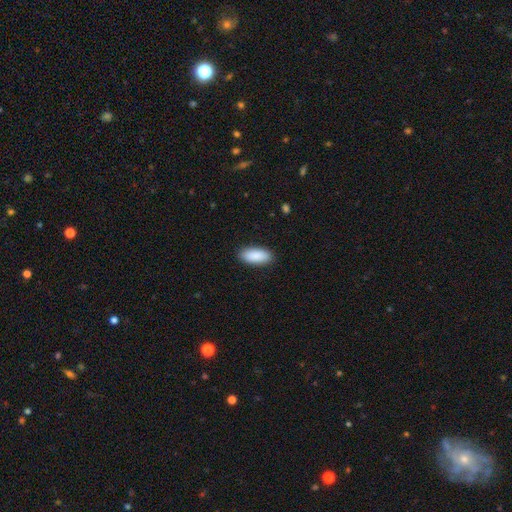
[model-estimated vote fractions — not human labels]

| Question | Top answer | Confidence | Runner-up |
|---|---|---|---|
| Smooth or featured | smooth | 90% | star or artifact (6%) |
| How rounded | in between | 87% | cigar-shaped (11%) |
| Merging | none | 90% | minor disturbance (7%) |